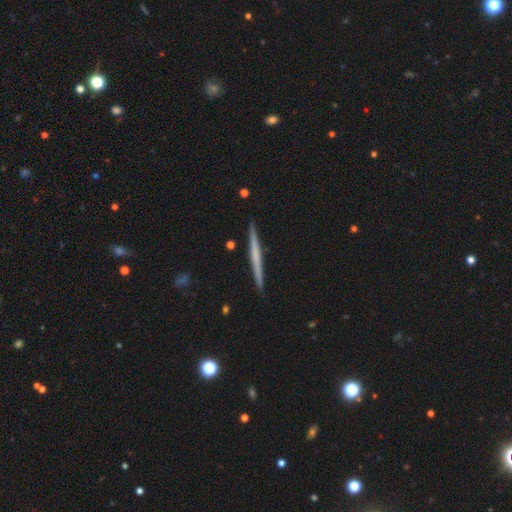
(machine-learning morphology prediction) This appears to be a featured or disk galaxy (54%) viewed edge-on (98%) with no central bulge (83%). Merging: none (92%).